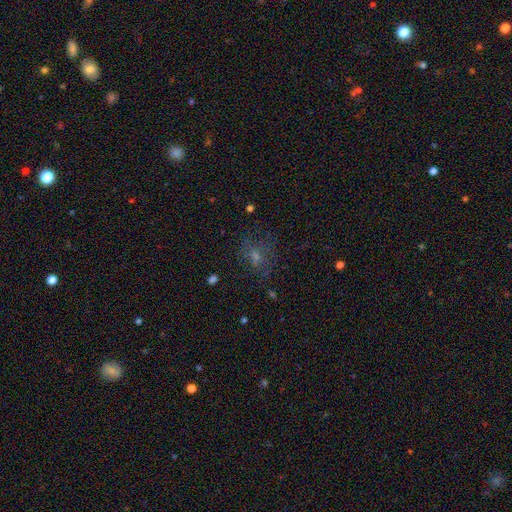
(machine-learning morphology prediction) Q: Smooth or featured?
A: smooth (45%); runner-up: star or artifact (29%)
Q: Merging?
A: none (63%); runner-up: minor disturbance (18%)